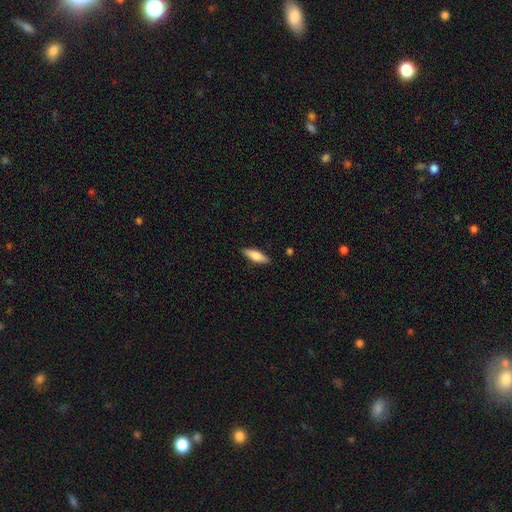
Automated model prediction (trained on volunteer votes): smooth_or_featured: smooth (p=0.74) [alt: featured or disk p=0.20]
how_rounded: in between (p=0.53) [alt: cigar-shaped p=0.45]
merging: none (p=0.88) [alt: minor disturbance p=0.09]